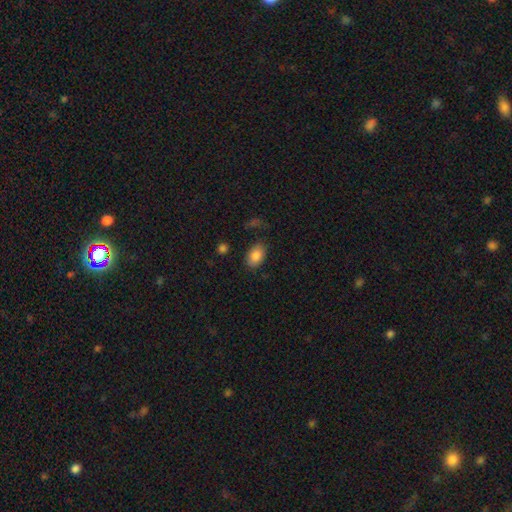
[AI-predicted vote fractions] smooth_or_featured: smooth (p=0.86) [alt: star or artifact p=0.08]
how_rounded: in between (p=0.88) [alt: round p=0.11]
merging: none (p=0.80) [alt: minor disturbance p=0.14]